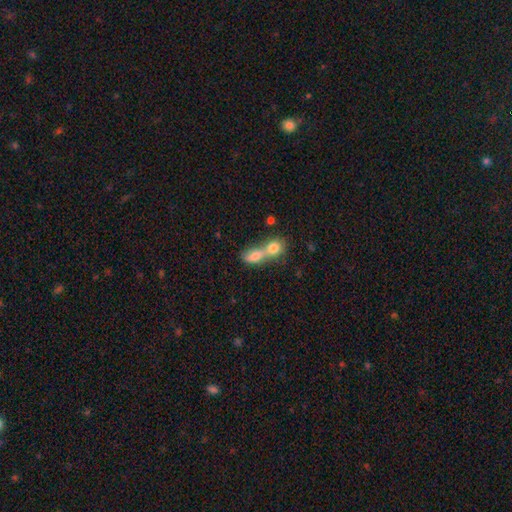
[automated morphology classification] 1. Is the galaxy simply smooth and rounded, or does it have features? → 75% smooth, 16% featured or disk, 9% star or artifact.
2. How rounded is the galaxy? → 61% in between, 31% round, 8% cigar-shaped.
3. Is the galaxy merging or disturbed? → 77% merger, 14% none, 5% minor disturbance, 4% major disturbance.